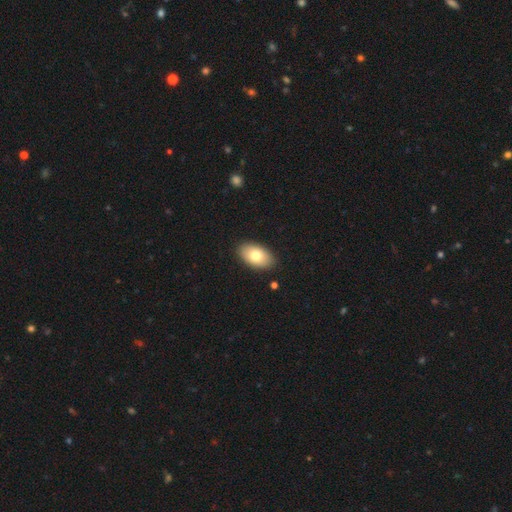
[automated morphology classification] A smooth galaxy with no disk features (76%) that is in between round and cigar-shaped (93%).

Vote fractions:
- Smooth or featured? smooth: 76% / featured or disk: 18% / star or artifact: 7%
- How rounded? in between: 93% / round: 6% / cigar-shaped: 1%
- Merging? none: 88% / minor disturbance: 9% / major disturbance: 2% / merger: 1%